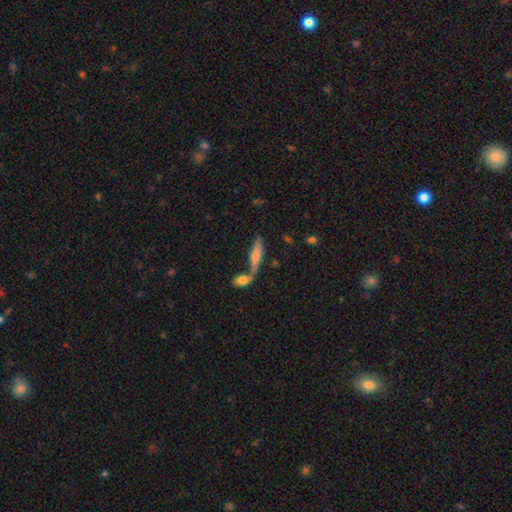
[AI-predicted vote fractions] This is likely a smooth galaxy (63%). How rounded: likely cigar-shaped (65%). Merging: marginally merger (44%).